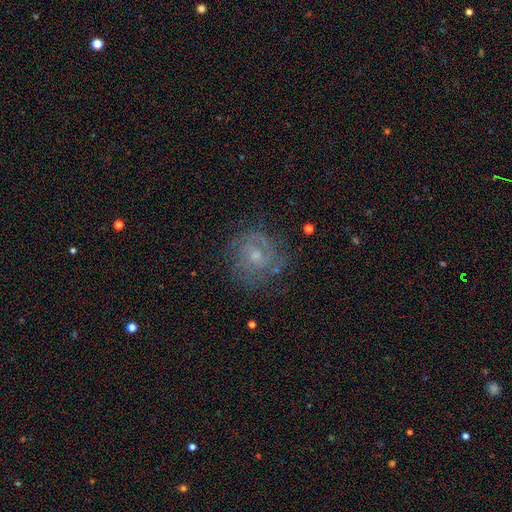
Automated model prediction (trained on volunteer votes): Overall: featured or disk (68%). Edge-on disk: no (98%). Bar: no (67%; weak 28%). Spiral arms: yes (82%). Spiral arm count: can't tell (44%; 2 26%). Spiral winding: tight (56%; medium 33%). Bulge size: small (55%; moderate 38%). Merging: none (70%).